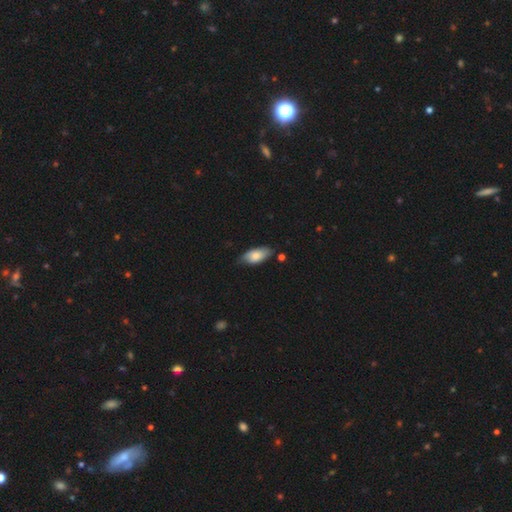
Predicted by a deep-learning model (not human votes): Smooth or featured: smooth — 78% (featured or disk — 16%)
How rounded: in between — 88% (cigar-shaped — 10%)
Merging: none — 71% (minor disturbance — 23%)